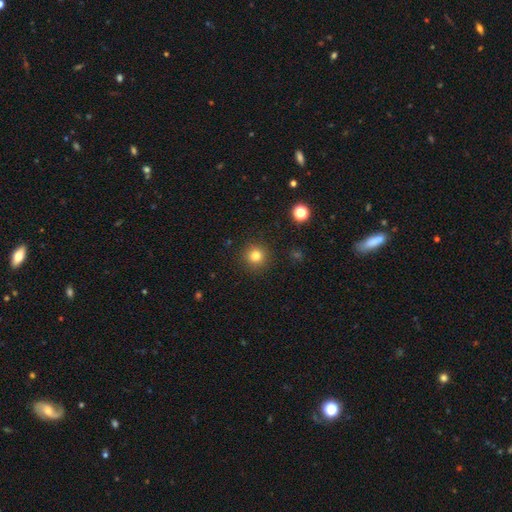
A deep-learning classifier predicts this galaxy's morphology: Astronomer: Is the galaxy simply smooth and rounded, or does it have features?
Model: smooth — 80%.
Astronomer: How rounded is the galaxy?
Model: round — 93%.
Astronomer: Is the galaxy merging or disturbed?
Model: none — 91%.